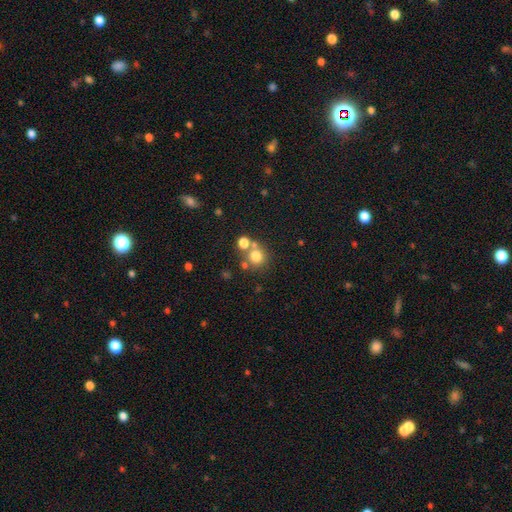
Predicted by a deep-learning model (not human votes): Smooth or featured: smooth — 74% (star or artifact — 16%)
How rounded: round — 90% (in between — 9%)
Merging: none — 61% (merger — 26%)